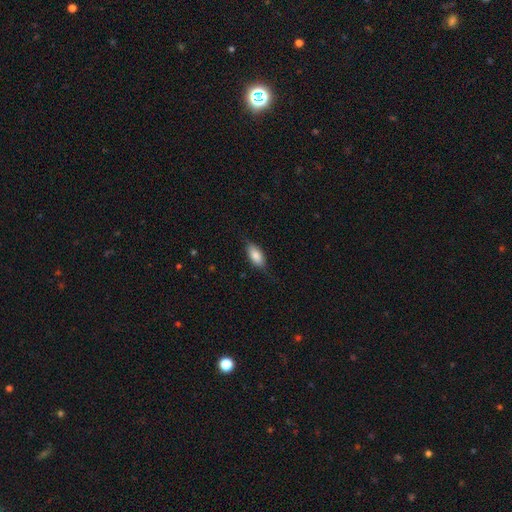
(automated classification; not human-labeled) Smooth or featured? smooth (78%)
How rounded? in between (85%)
Merging? none (69%)